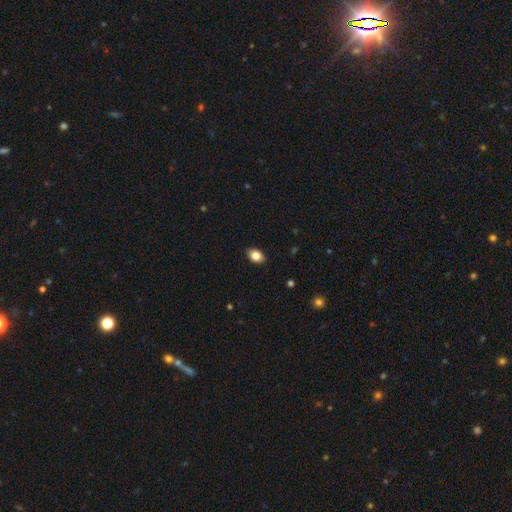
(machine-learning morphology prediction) smooth 85%, star or artifact 9%, featured or disk 6%. Down the decision tree: how rounded — in between (77%); merging — none (88%).